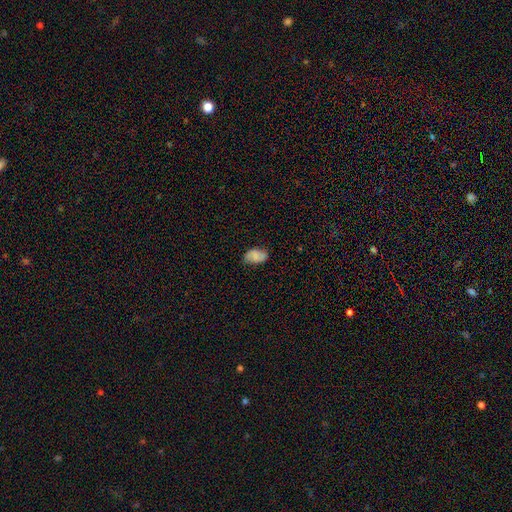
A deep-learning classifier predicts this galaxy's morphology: Smooth or featured: smooth — 73% (featured or disk — 18%)
How rounded: in between — 90% (round — 9%)
Merging: none — 73% (minor disturbance — 21%)